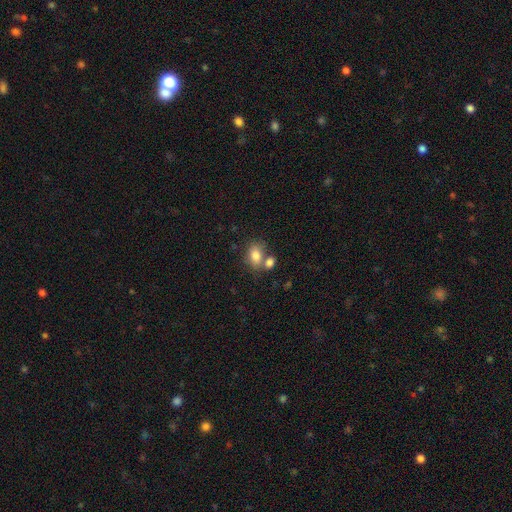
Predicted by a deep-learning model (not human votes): Q: Smooth or featured?
A: smooth (80%); runner-up: featured or disk (10%)
Q: How rounded?
A: in between (75%); runner-up: round (24%)
Q: Merging?
A: none (46%); runner-up: merger (37%)